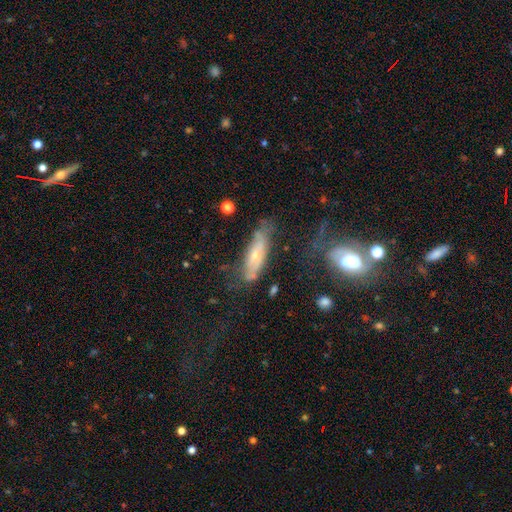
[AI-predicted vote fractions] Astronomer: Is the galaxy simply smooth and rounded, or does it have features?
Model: featured or disk — 53% (runner-up: smooth, 39%).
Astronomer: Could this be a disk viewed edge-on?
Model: no — 61% (runner-up: yes, 39%).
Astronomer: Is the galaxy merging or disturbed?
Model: none — 54%.